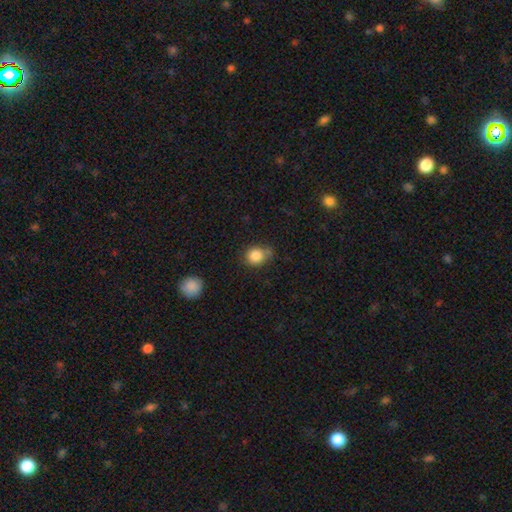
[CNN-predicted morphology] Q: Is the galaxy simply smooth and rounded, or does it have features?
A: smooth — 85%.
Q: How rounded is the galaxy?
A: round — 76%.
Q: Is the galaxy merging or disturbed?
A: none — 61%.